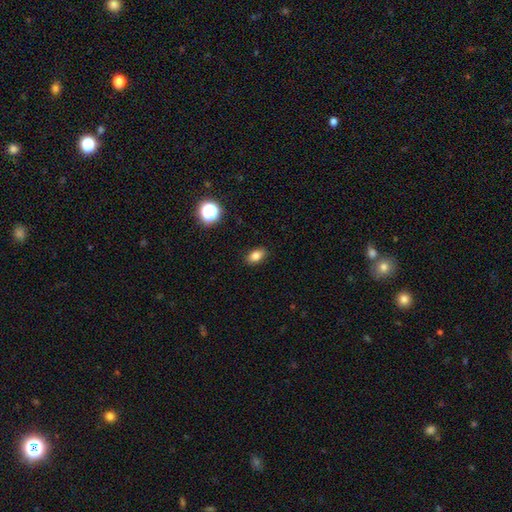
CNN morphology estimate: This is clearly a smooth galaxy (81%). How rounded: clearly in between (85%). Merging: clearly none (89%).